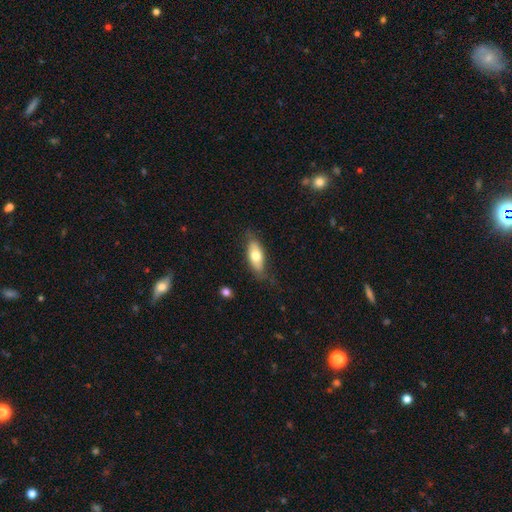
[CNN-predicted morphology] smooth_or_featured: smooth (p=0.67) [alt: featured or disk p=0.27]
how_rounded: in between (p=0.79) [alt: cigar-shaped p=0.18]
merging: none (p=0.74) [alt: minor disturbance p=0.20]